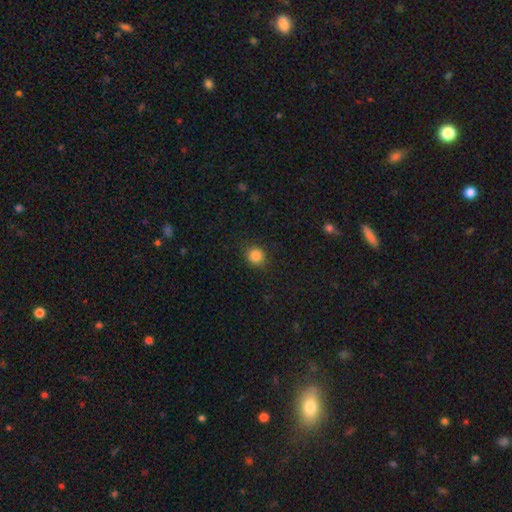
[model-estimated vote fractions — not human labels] Smooth or featured?
  - smooth: 85% *
  - star or artifact: 11%
  - featured or disk: 4%
How rounded?
  - round: 87% *
  - in between: 12%
  - cigar-shaped: 1%
Merging?
  - none: 88% *
  - minor disturbance: 8%
  - major disturbance: 3%
  - merger: 1%